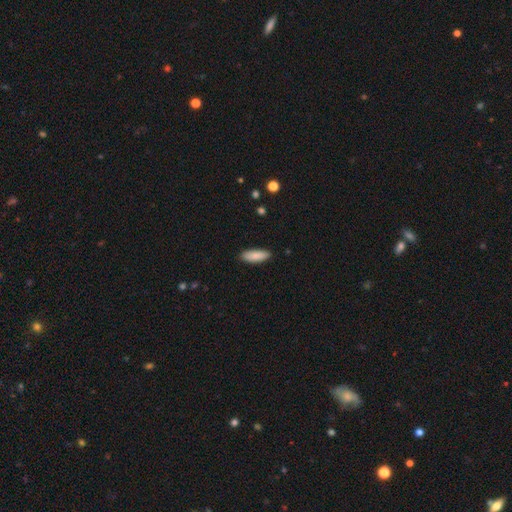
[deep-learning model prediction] Smooth or featured: smooth — 88% (featured or disk — 6%)
How rounded: in between — 61% (cigar-shaped — 37%)
Merging: none — 89% (minor disturbance — 8%)